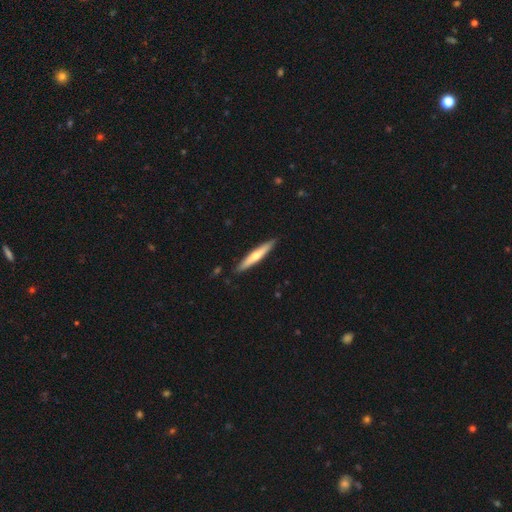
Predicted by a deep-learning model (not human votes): Morphology: type=smooth (49%); merging=none (89%).